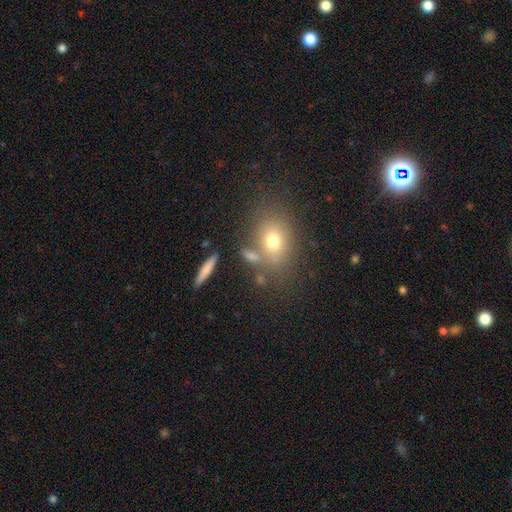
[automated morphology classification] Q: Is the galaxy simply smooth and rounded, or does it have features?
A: smooth — 62%.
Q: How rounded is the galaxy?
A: in between — 59%.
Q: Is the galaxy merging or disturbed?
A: none — 67%.